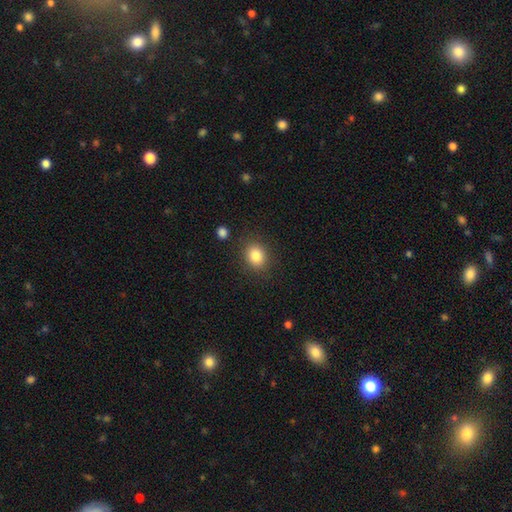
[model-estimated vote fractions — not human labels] This appears to be a smooth galaxy with no disk features (84%) that is round (63%). Merging: none (86%).